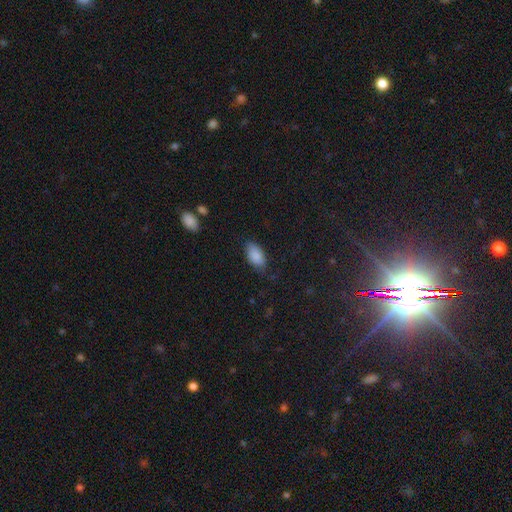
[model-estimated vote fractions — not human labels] smooth-or-featured: smooth: 88% | star or artifact: 7% | featured or disk: 5%
  how-rounded: in between: 94% | round: 3% | cigar-shaped: 3%
  merging: none: 74% | minor disturbance: 20% | major disturbance: 5% | merger: 1%